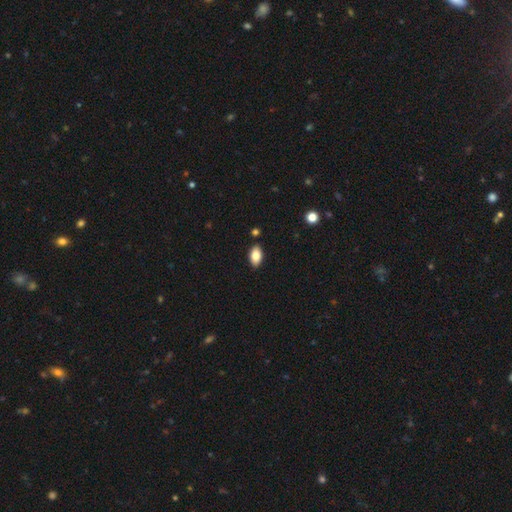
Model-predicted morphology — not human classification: Smooth or featured? Predicted: smooth (p=0.83). How rounded? Predicted: in between (p=0.93). Merging? Predicted: none (p=0.87).